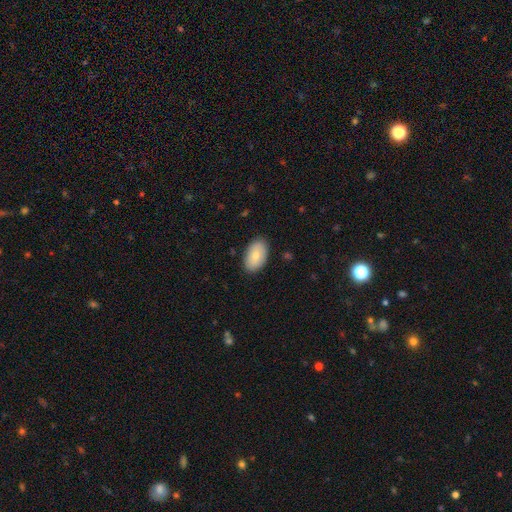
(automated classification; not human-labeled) smooth-or-featured: smooth: 77% | featured or disk: 17% | star or artifact: 6%
  how-rounded: in between: 93% | round: 6% | cigar-shaped: 1%
  merging: none: 86% | minor disturbance: 10% | major disturbance: 2% | merger: 1%